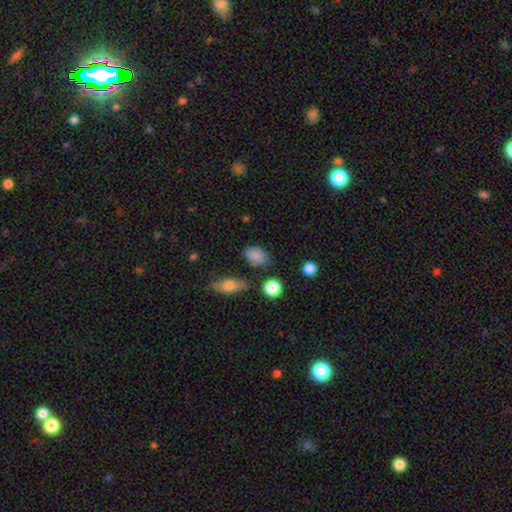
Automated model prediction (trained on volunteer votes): smooth-or-featured: smooth: 83% | star or artifact: 10% | featured or disk: 7%
  how-rounded: in between: 77% | round: 21% | cigar-shaped: 2%
  merging: none: 70% | minor disturbance: 20% | merger: 5% | major disturbance: 5%